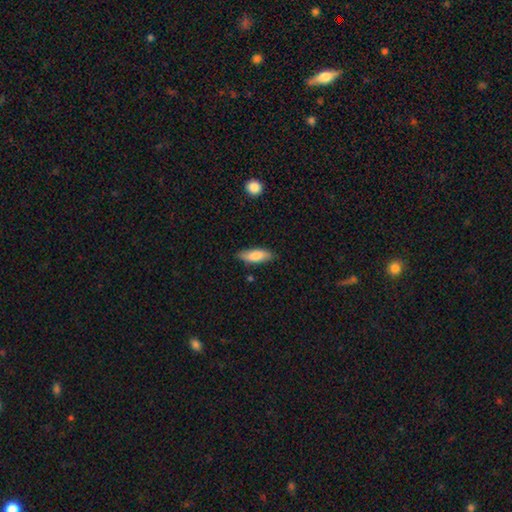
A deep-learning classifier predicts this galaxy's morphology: A smooth galaxy with no disk features (81%) that is in between round and cigar-shaped (66%).

Vote fractions:
- Smooth or featured? smooth: 81% / featured or disk: 13% / star or artifact: 6%
- How rounded? in between: 66% / cigar-shaped: 32% / round: 2%
- Merging? none: 82% / minor disturbance: 14% / major disturbance: 2% / merger: 2%